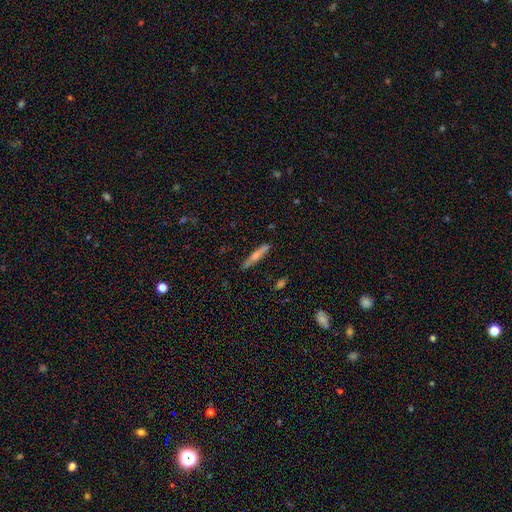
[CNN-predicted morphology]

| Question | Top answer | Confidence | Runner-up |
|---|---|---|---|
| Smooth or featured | smooth | 50% | featured or disk (43%) |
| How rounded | cigar-shaped | 92% | in between (6%) |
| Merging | none | 86% | minor disturbance (10%) |